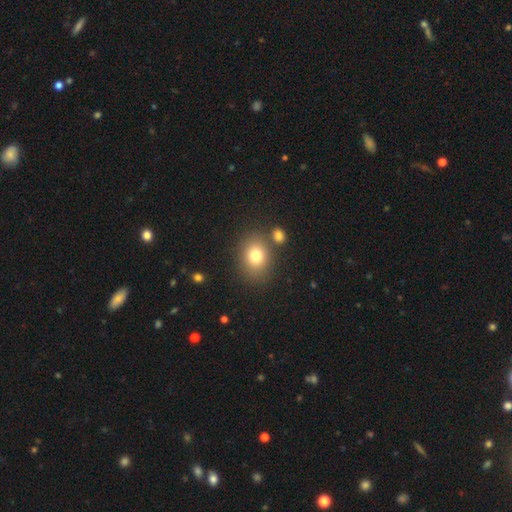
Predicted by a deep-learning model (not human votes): This appears to be a smooth galaxy with no disk features (78%) that is in between round and cigar-shaped (52%). Merging: none (75%).